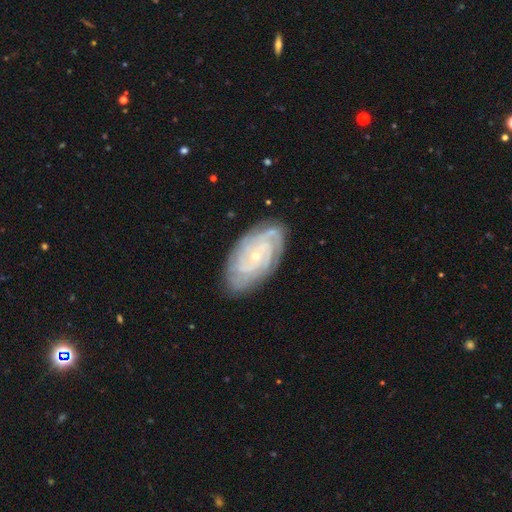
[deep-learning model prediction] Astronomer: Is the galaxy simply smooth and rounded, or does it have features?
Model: featured or disk — 87%.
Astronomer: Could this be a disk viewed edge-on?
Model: no — 96%.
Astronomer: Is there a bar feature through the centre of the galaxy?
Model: no — 72%.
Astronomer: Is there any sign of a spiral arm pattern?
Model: yes — 98%.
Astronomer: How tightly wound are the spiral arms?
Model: tight — 78%.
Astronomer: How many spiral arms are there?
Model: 4 — 27% (runner-up: 3, 23%).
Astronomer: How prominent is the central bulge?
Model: small — 78%.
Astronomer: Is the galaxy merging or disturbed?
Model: none — 82%.